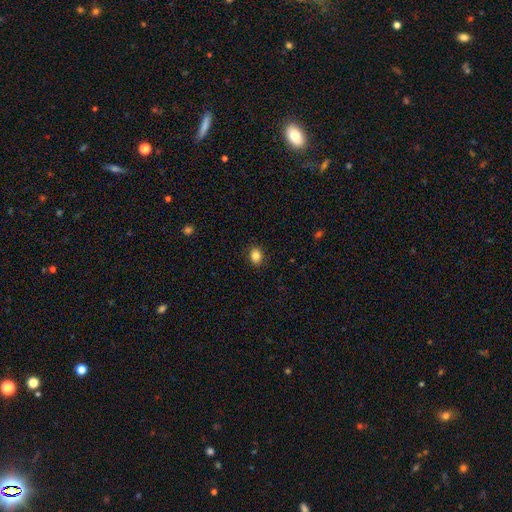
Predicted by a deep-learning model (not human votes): smooth_or_featured: smooth (p=0.85) [alt: star or artifact p=0.10]
how_rounded: in between (p=0.54) [alt: round p=0.45]
merging: none (p=0.89) [alt: minor disturbance p=0.08]